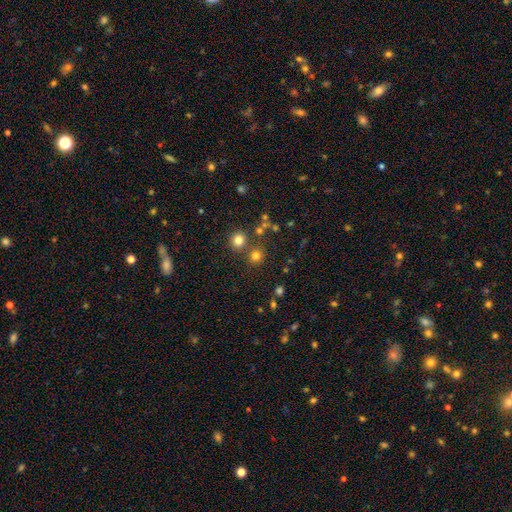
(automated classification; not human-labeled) This appears to be a smooth galaxy with no disk features (76%) that is round (89%). Merging: none (74%).